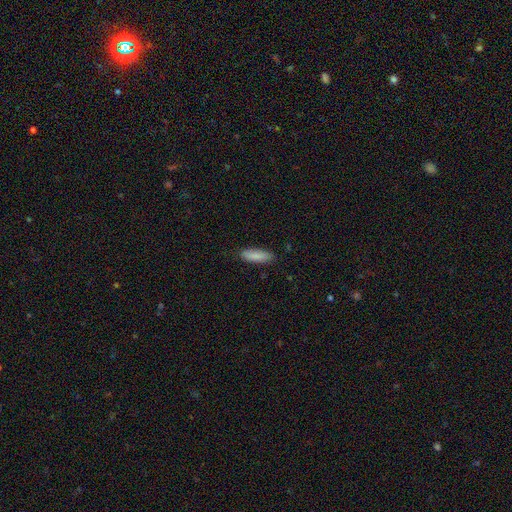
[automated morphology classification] smooth 87%, featured or disk 7%, star or artifact 6%. Down the decision tree: how rounded — cigar-shaped (51%); merging — none (84%).